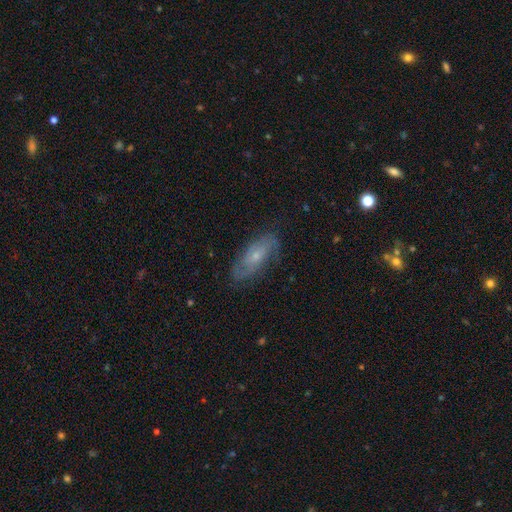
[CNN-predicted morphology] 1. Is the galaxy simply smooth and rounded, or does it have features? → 64% featured or disk, 28% smooth, 7% star or artifact.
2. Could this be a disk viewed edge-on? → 87% no, 13% yes.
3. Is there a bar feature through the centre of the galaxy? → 67% no, 27% weak, 6% strong.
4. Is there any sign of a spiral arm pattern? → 85% yes, 15% no.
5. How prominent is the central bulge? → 64% small, 31% moderate, 3% none, 2% large, 1% dominant.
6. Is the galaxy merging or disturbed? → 75% none, 18% minor disturbance, 6% major disturbance, 1% merger.